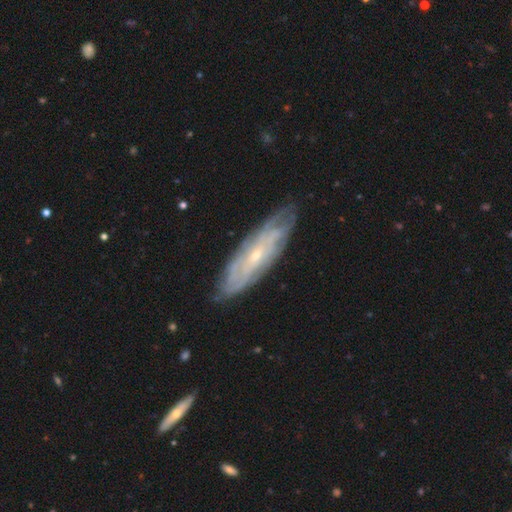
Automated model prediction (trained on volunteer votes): This appears to be a featured or disk galaxy (75%) with no bar (64%), spiral arms (85%) and a small central bulge (75%). Merging: none (80%).